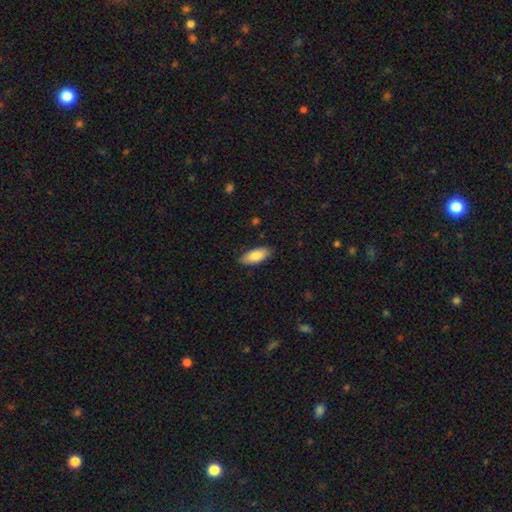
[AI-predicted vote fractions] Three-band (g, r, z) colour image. It shows a smooth galaxy with no disk features (83%) that is in between round and cigar-shaped (86%). Merging: none (85%).